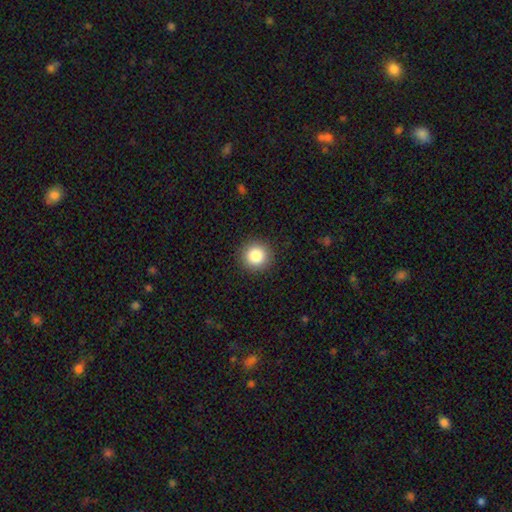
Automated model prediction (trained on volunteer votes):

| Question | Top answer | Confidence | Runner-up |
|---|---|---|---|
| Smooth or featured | smooth | 84% | star or artifact (10%) |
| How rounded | round | 94% | in between (5%) |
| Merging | none | 92% | minor disturbance (5%) |